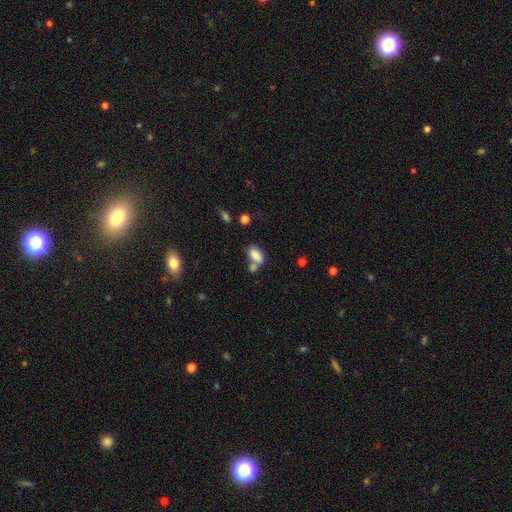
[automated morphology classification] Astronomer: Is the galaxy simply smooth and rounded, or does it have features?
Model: smooth — 81%.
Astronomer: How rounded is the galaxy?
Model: in between — 89%.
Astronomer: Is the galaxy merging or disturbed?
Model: merger — 44% (runner-up: none, 35%).